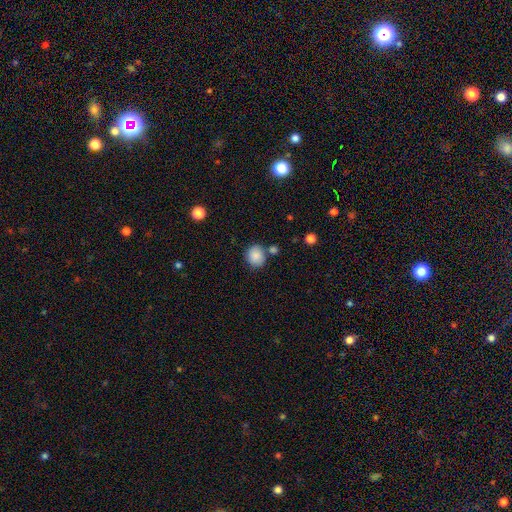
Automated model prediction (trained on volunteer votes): Smooth or featured? smooth (87%)
How rounded? round (77%)
Merging? none (73%)